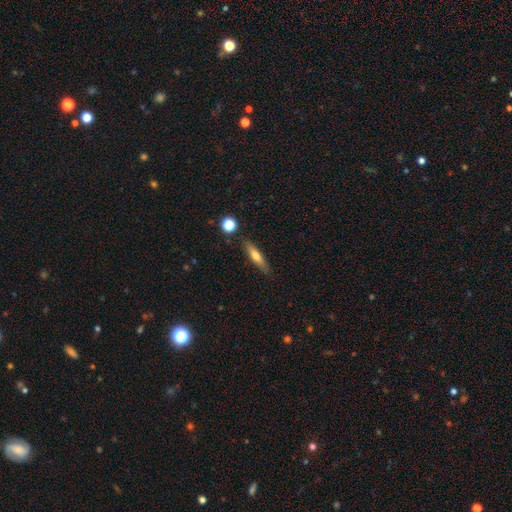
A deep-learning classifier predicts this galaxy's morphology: Smooth or featured: smooth — 61% (featured or disk — 32%)
How rounded: cigar-shaped — 77% (in between — 20%)
Merging: none — 83% (minor disturbance — 12%)